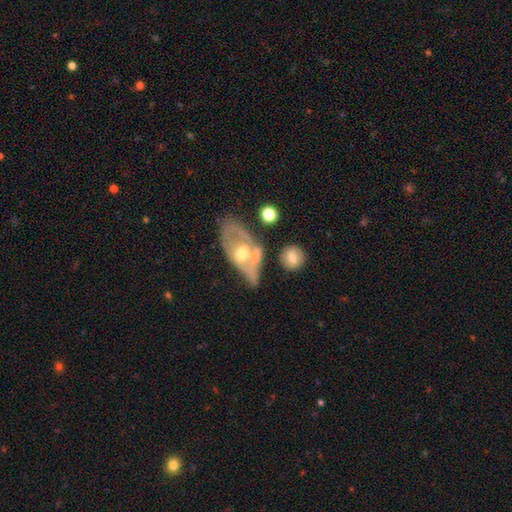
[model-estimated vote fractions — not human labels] A featured or disk galaxy (65%) with no bar (67%), no spiral arms (66%) and a moderate central bulge (71%). Merging: none (40%).